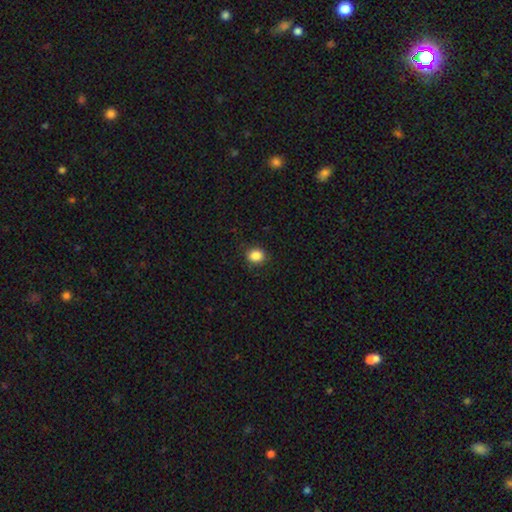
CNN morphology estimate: Q: Smooth or featured?
A: smooth (86%); runner-up: star or artifact (10%)
Q: How rounded?
A: round (74%); runner-up: in between (25%)
Q: Merging?
A: none (88%); runner-up: minor disturbance (8%)